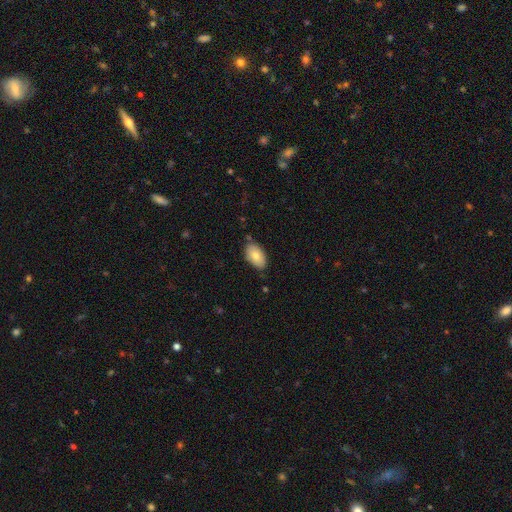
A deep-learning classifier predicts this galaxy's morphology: Q: Smooth or featured?
A: smooth (80%); runner-up: featured or disk (13%)
Q: How rounded?
A: in between (93%); runner-up: round (5%)
Q: Merging?
A: none (77%); runner-up: minor disturbance (18%)